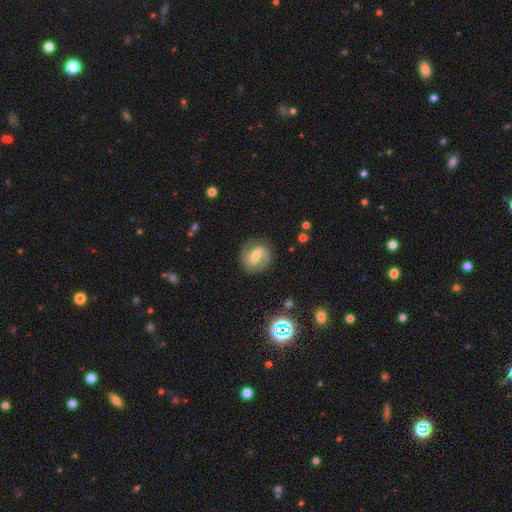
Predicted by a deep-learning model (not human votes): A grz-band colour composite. It shows a featured or disk galaxy (77%) with a weak bar (48%), 2 (87%) medium (49%) spiral arms (93%) and a moderate central bulge (55%). Merging: none (81%).